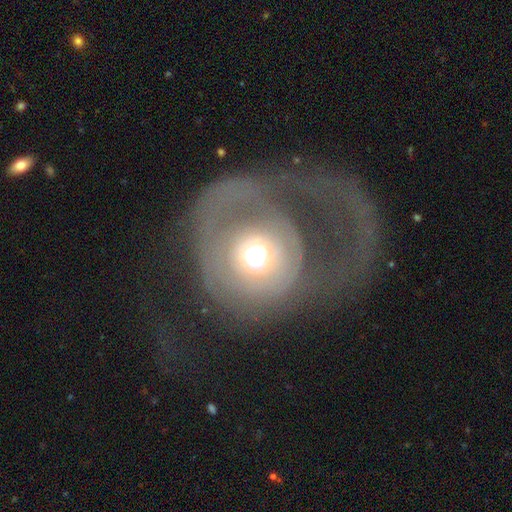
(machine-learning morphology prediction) Smooth or featured: featured or disk — 52% (smooth — 35%)
Edge-on disk: no — 95% (yes — 5%)
Merging: none — 41% (major disturbance — 40%)